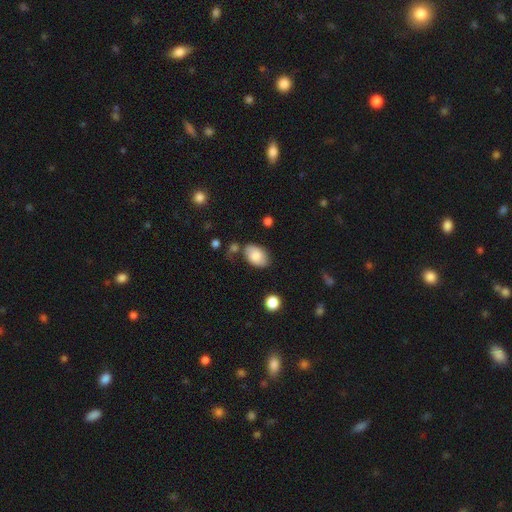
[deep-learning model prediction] Morphology: type=smooth (82%); roundness=in between (91%); merging=none (67%).